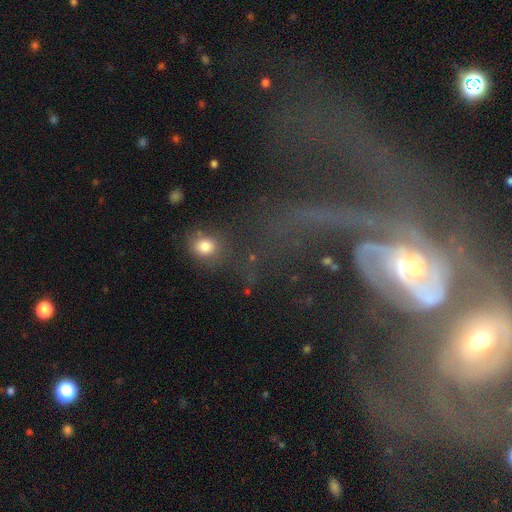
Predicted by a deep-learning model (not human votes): Smooth or featured? Predicted: featured or disk (p=0.75). Edge-on disk? Predicted: no (p=0.94). Bar? Predicted: no (p=0.58). Spiral arms? Predicted: yes (p=0.78). Spiral winding? Predicted: medium (p=0.36). Spiral arm count? Predicted: 2 (p=0.39). Bulge size? Predicted: moderate (p=0.53). Merging? Predicted: merger (p=0.53).